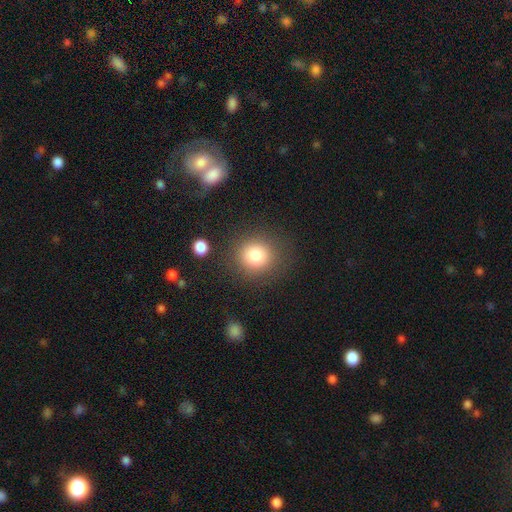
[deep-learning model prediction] smooth-or-featured: smooth: 82% | star or artifact: 11% | featured or disk: 7%
  how-rounded: round: 89% | in between: 10% | cigar-shaped: 1%
  merging: none: 85% | minor disturbance: 9% | major disturbance: 4% | merger: 3%